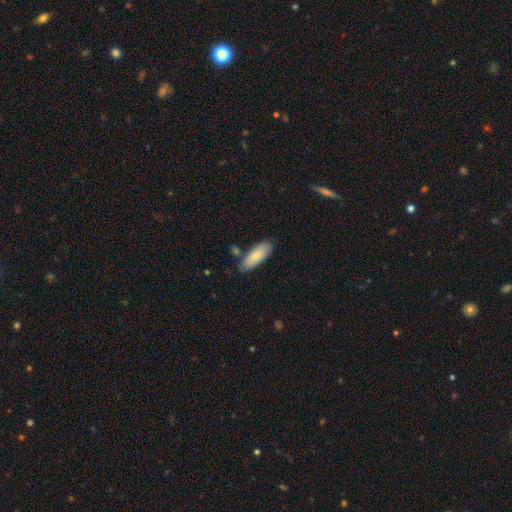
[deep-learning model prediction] This appears to be a smooth galaxy with no disk features (83%) that is in between round and cigar-shaped (72%). Merging: none (75%).